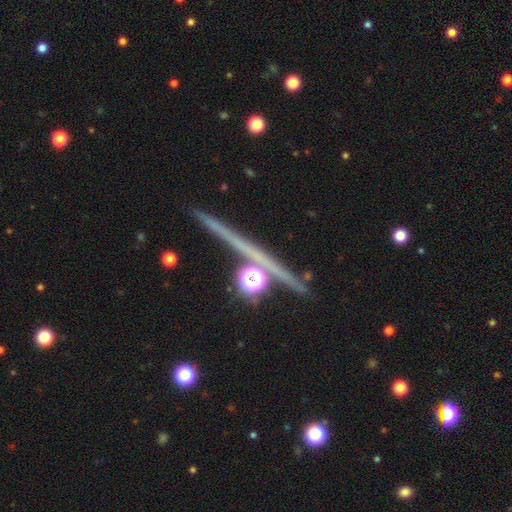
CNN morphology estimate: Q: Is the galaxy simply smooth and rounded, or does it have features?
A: featured or disk — 60%.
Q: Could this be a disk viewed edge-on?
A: yes — 94%.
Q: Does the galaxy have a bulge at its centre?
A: none — 64%.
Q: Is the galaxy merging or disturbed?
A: none — 85%.